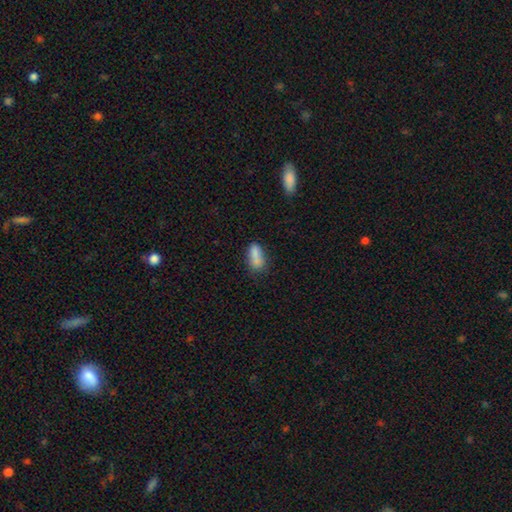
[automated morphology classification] This appears to be a smooth galaxy with no disk features (81%) that is in between round and cigar-shaped (80%). Merging: none (51%).